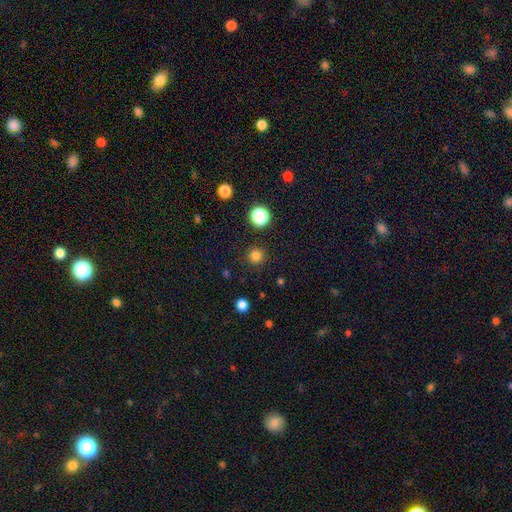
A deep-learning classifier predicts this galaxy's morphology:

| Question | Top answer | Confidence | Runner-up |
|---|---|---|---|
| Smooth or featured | smooth | 82% | star or artifact (14%) |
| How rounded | round | 96% | in between (3%) |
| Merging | none | 91% | minor disturbance (5%) |